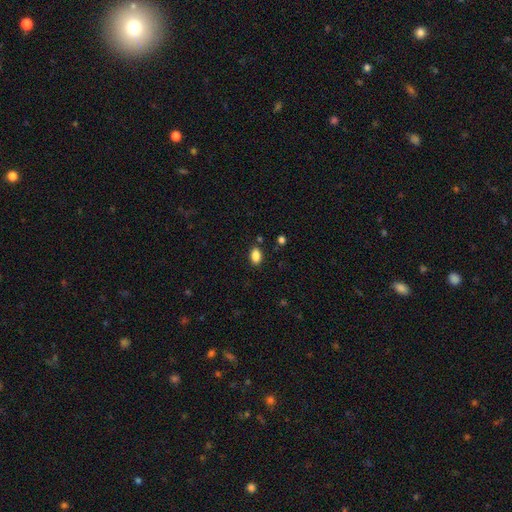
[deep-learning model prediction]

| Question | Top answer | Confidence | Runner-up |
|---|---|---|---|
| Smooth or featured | smooth | 87% | star or artifact (9%) |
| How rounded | in between | 87% | round (11%) |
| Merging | none | 86% | minor disturbance (10%) |